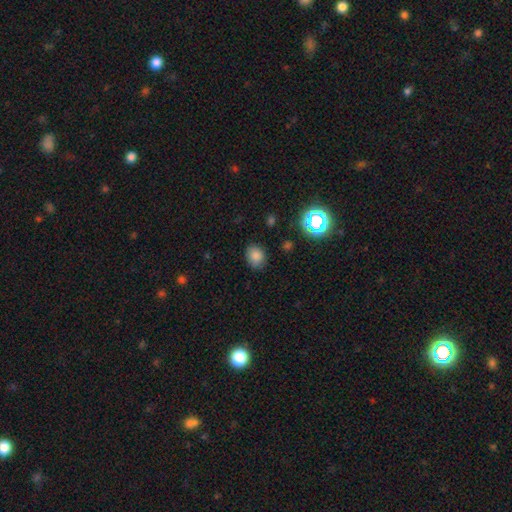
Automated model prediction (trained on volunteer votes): Q: Smooth or featured?
A: smooth (80%); runner-up: star or artifact (14%)
Q: How rounded?
A: round (56%); runner-up: in between (43%)
Q: Merging?
A: none (82%); runner-up: minor disturbance (13%)